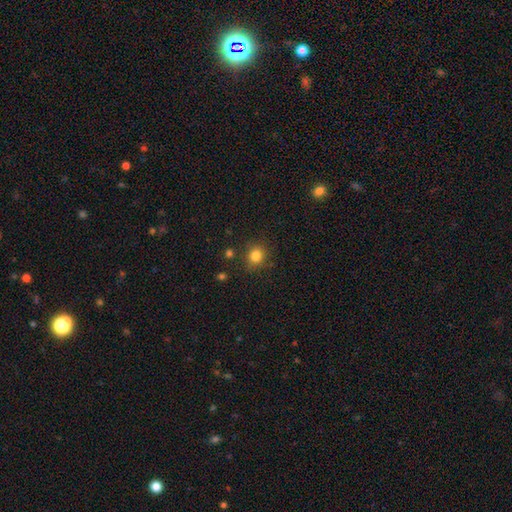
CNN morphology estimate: Smooth or featured? smooth (83%)
How rounded? round (83%)
Merging? none (84%)